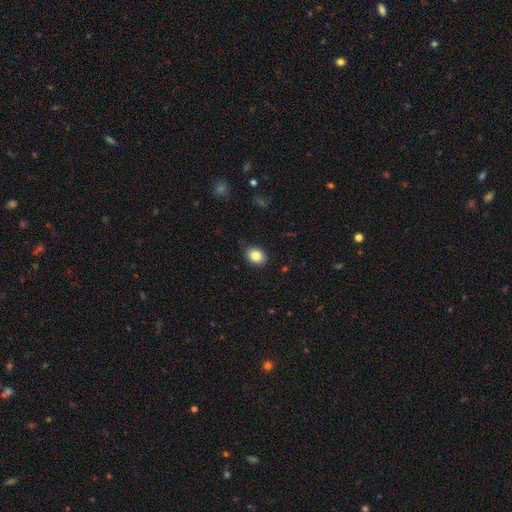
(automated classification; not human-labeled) smooth-or-featured: smooth: 84% | star or artifact: 9% | featured or disk: 7%
  how-rounded: in between: 63% | round: 36% | cigar-shaped: 1%
  merging: none: 86% | minor disturbance: 11% | major disturbance: 2% | merger: 1%